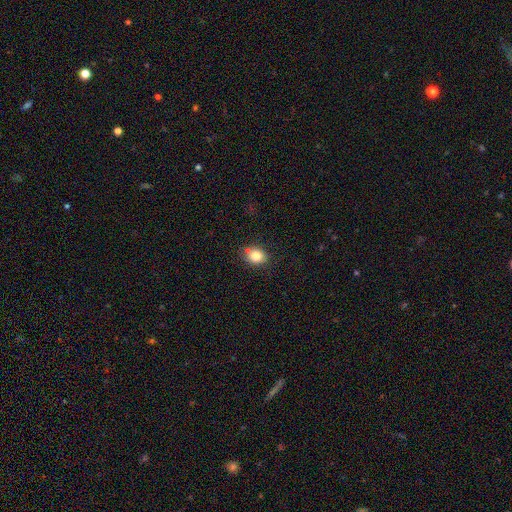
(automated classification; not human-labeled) A smooth galaxy with no disk features (81%) that is round (54%).

Vote fractions:
- Smooth or featured? smooth: 81% / star or artifact: 10% / featured or disk: 8%
- How rounded? round: 54% / in between: 45% / cigar-shaped: 1%
- Merging? none: 73% / minor disturbance: 18% / merger: 5% / major disturbance: 4%